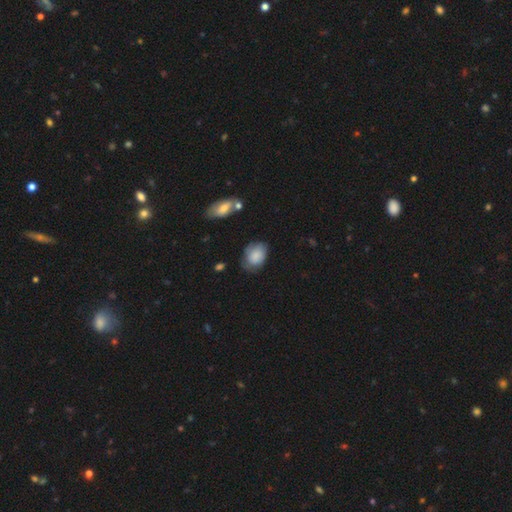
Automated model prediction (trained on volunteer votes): Smooth or featured? smooth (81%)
How rounded? in between (72%)
Merging? none (59%)